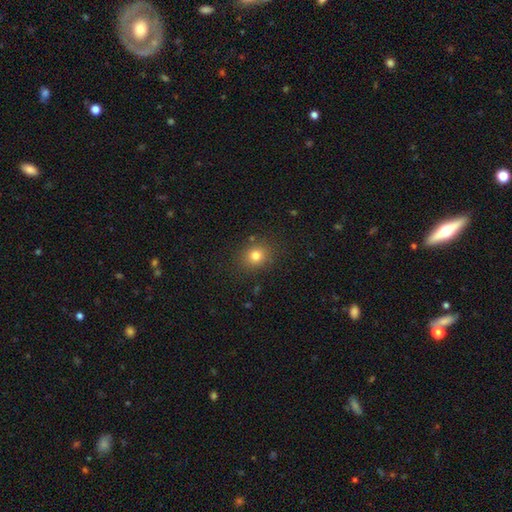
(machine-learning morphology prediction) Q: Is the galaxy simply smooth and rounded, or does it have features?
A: smooth — 79%.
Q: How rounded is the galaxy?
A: round — 74%.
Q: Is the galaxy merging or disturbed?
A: none — 86%.